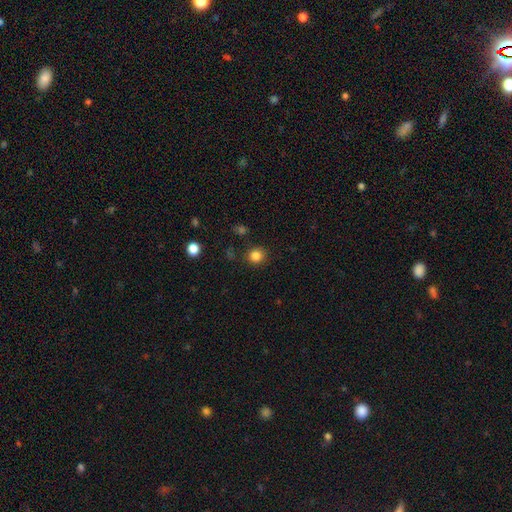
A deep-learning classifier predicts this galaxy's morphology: smooth_or_featured: smooth (p=0.83) [alt: star or artifact p=0.12]
how_rounded: round (p=0.89) [alt: in between p=0.10]
merging: none (p=0.87) [alt: minor disturbance p=0.08]